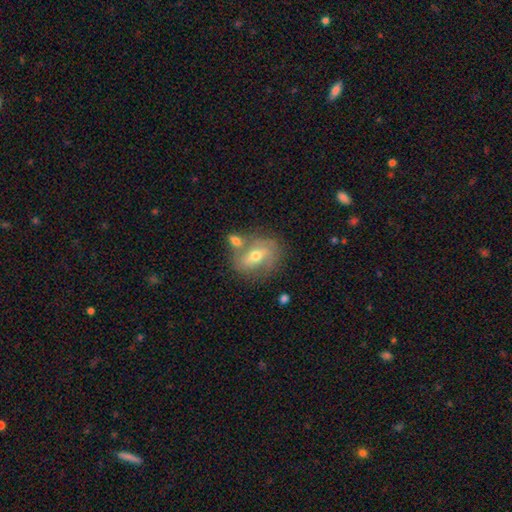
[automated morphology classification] featured or disk 51%, smooth 41%, star or artifact 9%. Down the decision tree: edge-on disk — no (91%); merging — none (53%).